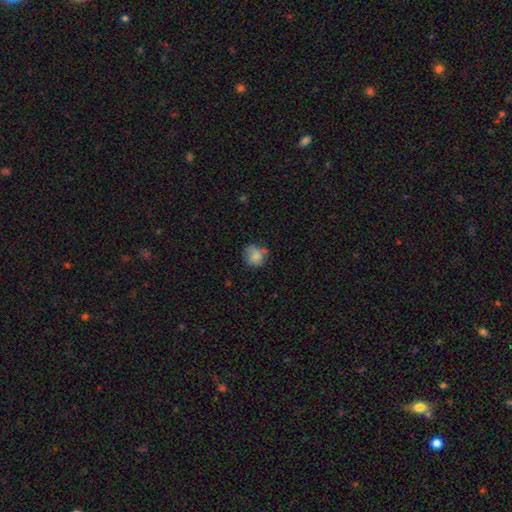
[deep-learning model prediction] Q: Smooth or featured?
A: smooth (78%); runner-up: featured or disk (12%)
Q: How rounded?
A: round (73%); runner-up: in between (26%)
Q: Merging?
A: none (54%); runner-up: minor disturbance (29%)